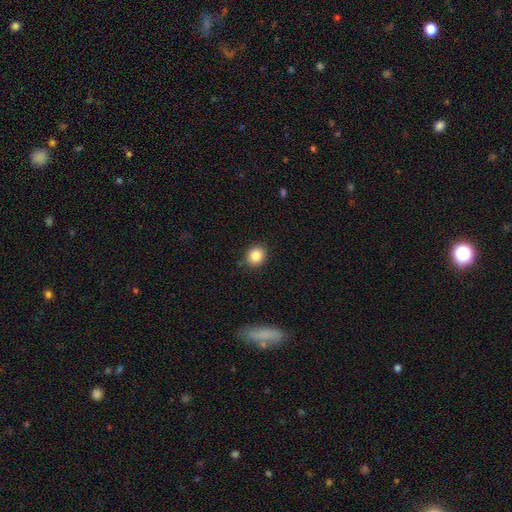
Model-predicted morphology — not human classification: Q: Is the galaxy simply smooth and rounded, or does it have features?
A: smooth — 85%.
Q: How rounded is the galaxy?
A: round — 77%.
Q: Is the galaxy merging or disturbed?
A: none — 88%.